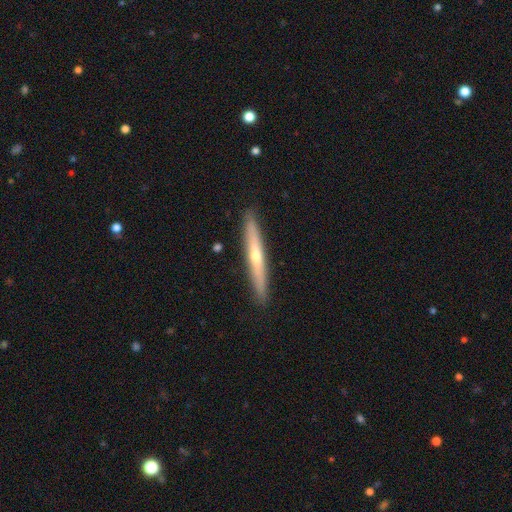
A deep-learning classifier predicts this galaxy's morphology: Overall: featured or disk (58%; smooth 36%). Edge-on disk: yes (94%). Edge-on bulge: rounded (70%). Merging: none (91%).